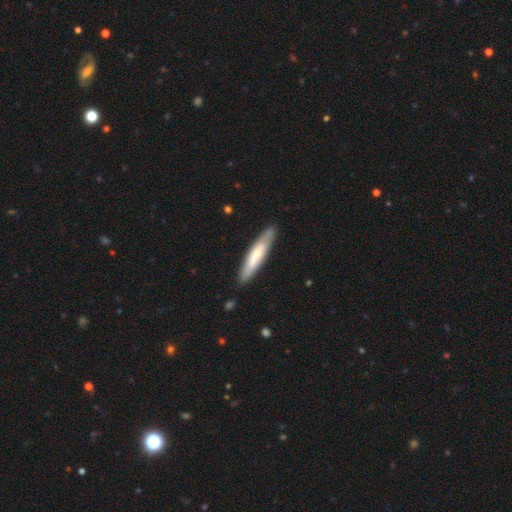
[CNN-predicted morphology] type=smooth (60%); roundness=cigar-shaped (86%); merging=none (86%).